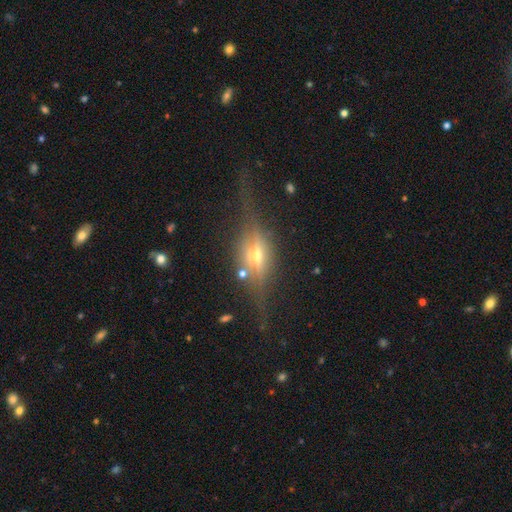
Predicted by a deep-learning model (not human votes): This is likely a featured or disk galaxy (79%). It is clearly viewed edge-on (92%). Edge-on bulge: clearly rounded (92%). Merging: likely none (73%).